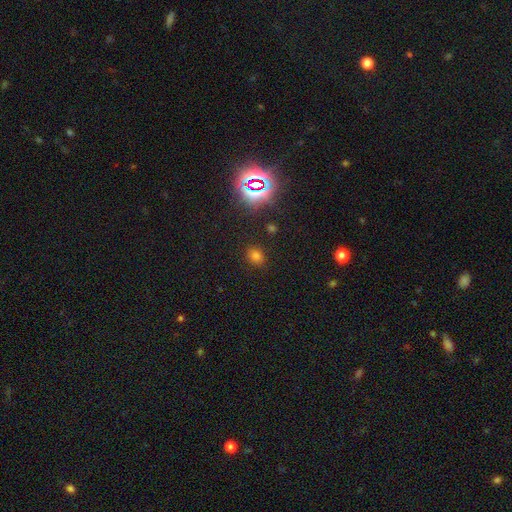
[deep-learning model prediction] Q: Smooth or featured?
A: smooth (67%); runner-up: star or artifact (26%)
Q: How rounded?
A: round (55%); runner-up: in between (43%)
Q: Merging?
A: none (85%); runner-up: minor disturbance (9%)